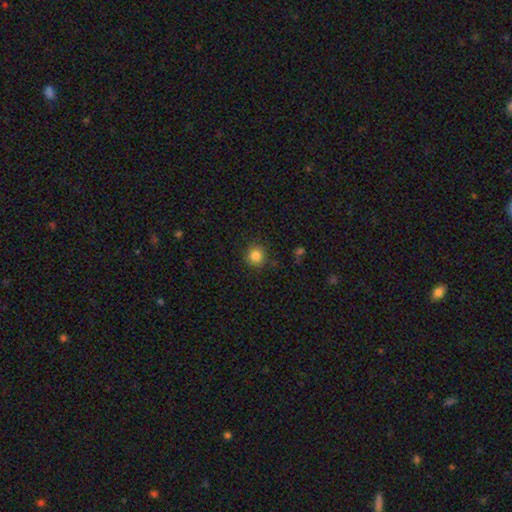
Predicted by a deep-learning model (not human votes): Smooth or featured: smooth — 84% (star or artifact — 11%)
How rounded: round — 91% (in between — 8%)
Merging: none — 87% (minor disturbance — 9%)